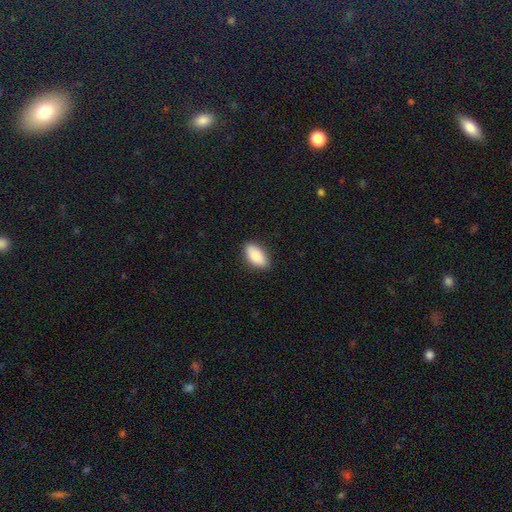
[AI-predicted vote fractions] smooth_or_featured: smooth (p=0.88) [alt: star or artifact p=0.06]
how_rounded: in between (p=0.91) [alt: cigar-shaped p=0.06]
merging: none (p=0.87) [alt: minor disturbance p=0.10]